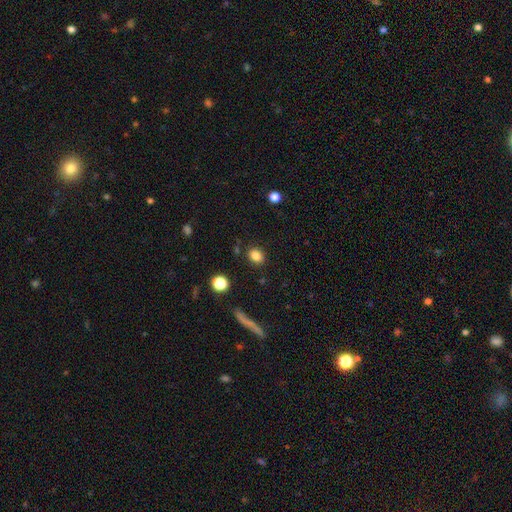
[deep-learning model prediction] Q: Smooth or featured?
A: smooth (84%); runner-up: star or artifact (11%)
Q: How rounded?
A: round (54%); runner-up: in between (45%)
Q: Merging?
A: none (85%); runner-up: minor disturbance (9%)